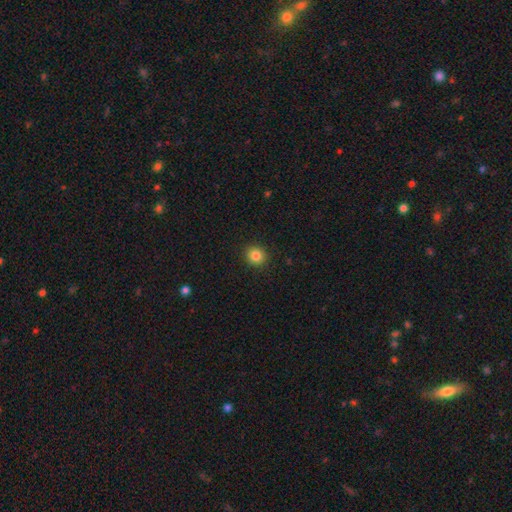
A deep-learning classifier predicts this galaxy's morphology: Q: Smooth or featured?
A: smooth (84%); runner-up: star or artifact (11%)
Q: How rounded?
A: round (88%); runner-up: in between (12%)
Q: Merging?
A: none (92%); runner-up: minor disturbance (5%)